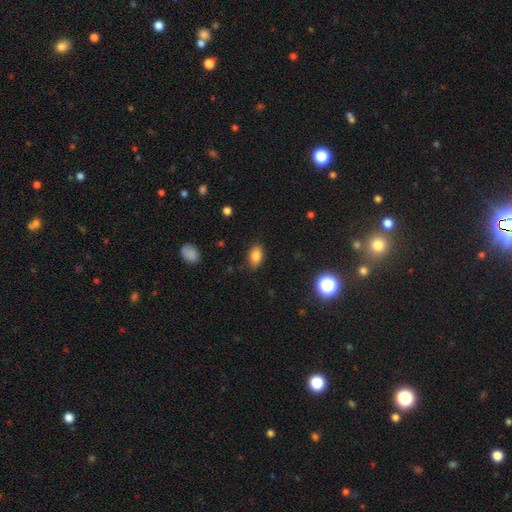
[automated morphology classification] smooth 83%, star or artifact 10%, featured or disk 7%. Down the decision tree: how rounded — in between (88%); merging — none (86%).